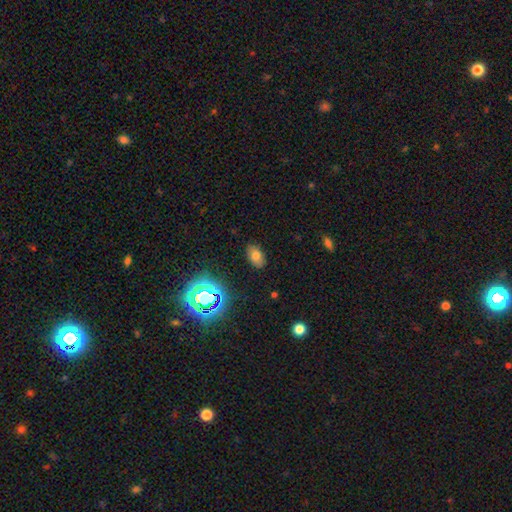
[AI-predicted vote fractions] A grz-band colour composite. It shows a smooth galaxy with no disk features (70%) that is in between round and cigar-shaped (90%). Merging: none (85%).